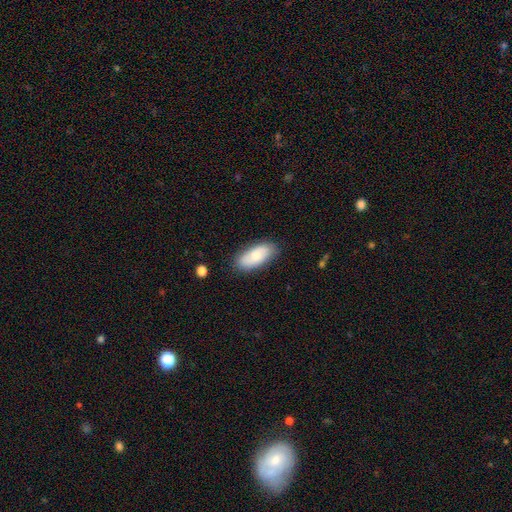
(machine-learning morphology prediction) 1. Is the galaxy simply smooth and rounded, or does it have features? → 76% smooth, 18% featured or disk, 6% star or artifact.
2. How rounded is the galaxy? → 88% in between, 9% cigar-shaped, 2% round.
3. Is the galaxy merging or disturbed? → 81% none, 14% minor disturbance, 3% major disturbance, 2% merger.